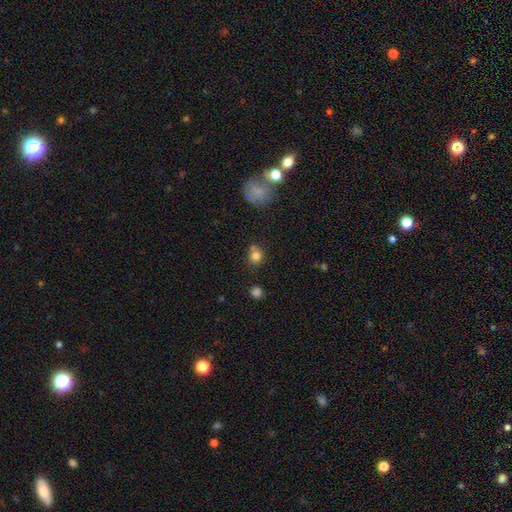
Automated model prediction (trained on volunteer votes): Smooth or featured? smooth (79%)
How rounded? round (82%)
Merging? none (62%)